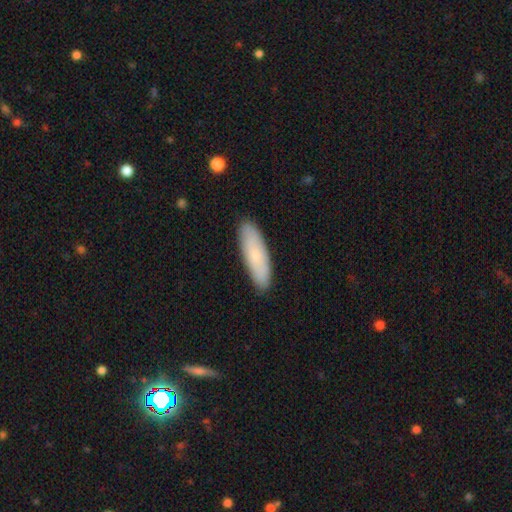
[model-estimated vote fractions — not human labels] Overall: smooth (75%). How rounded: cigar-shaped (53%; in between 45%). Merging: none (88%).